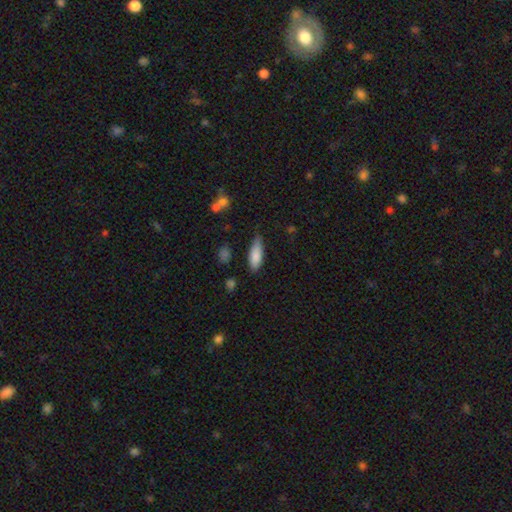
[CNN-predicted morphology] This is clearly a smooth galaxy (84%). How rounded: likely in between (63%). Merging: likely none (63%).